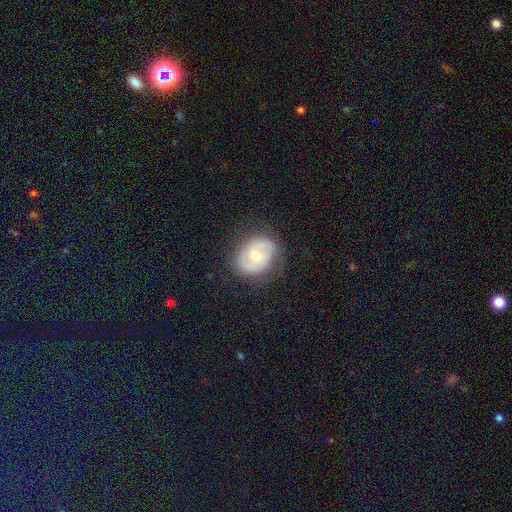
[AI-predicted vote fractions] A featured or disk galaxy (53%) with no bar (63%), no spiral arms (59%) and a moderate central bulge (75%). Merging: none (76%).